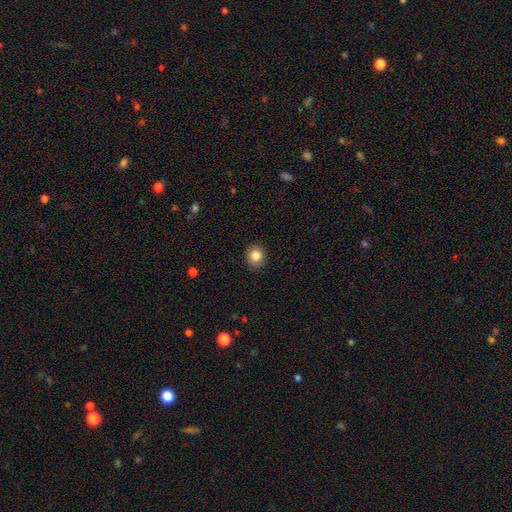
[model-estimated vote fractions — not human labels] This appears to be a smooth galaxy with no disk features (84%) that is round (86%). Merging: none (91%).